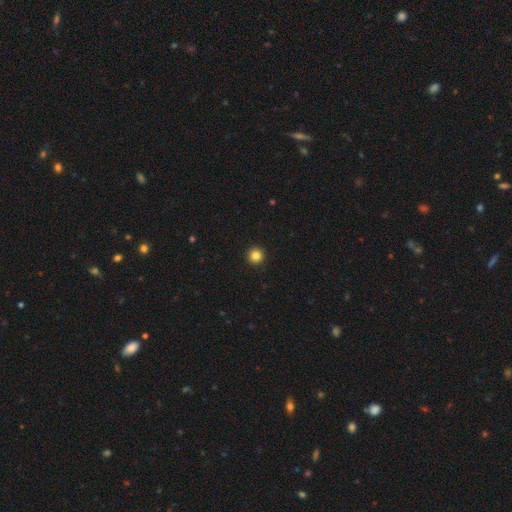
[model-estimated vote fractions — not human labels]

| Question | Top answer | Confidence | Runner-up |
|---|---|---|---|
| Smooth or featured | smooth | 84% | star or artifact (12%) |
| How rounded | round | 97% | in between (2%) |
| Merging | none | 94% | minor disturbance (4%) |